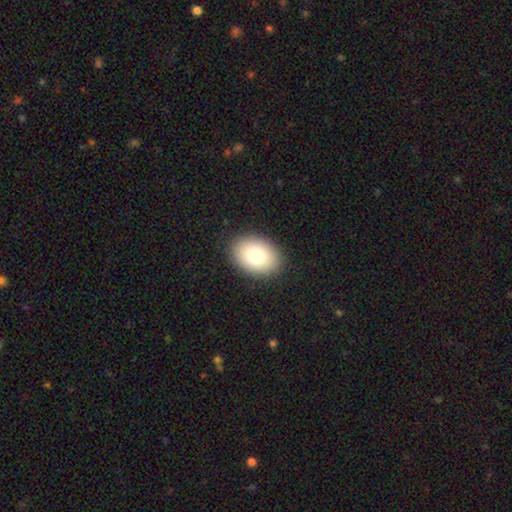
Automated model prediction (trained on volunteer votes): Smooth or featured? smooth (80%)
How rounded? in between (73%)
Merging? none (89%)